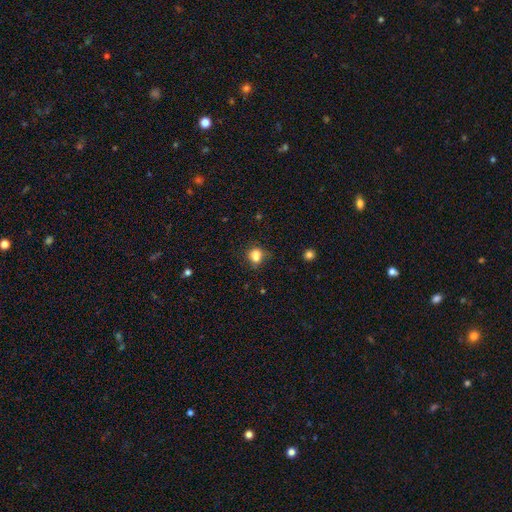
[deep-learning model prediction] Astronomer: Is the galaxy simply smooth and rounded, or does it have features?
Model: smooth — 79%.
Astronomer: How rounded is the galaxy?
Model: round — 51% (runner-up: in between, 47%).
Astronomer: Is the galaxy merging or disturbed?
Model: none — 49%.